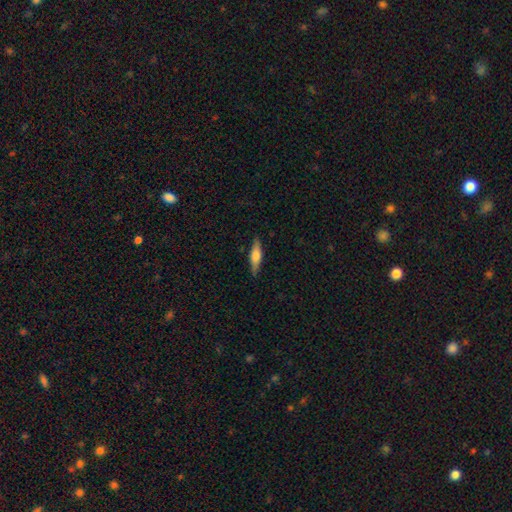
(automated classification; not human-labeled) smooth_or_featured: smooth (p=0.52) [alt: featured or disk p=0.42]
how_rounded: cigar-shaped (p=0.70) [alt: in between p=0.28]
merging: none (p=0.87) [alt: minor disturbance p=0.10]